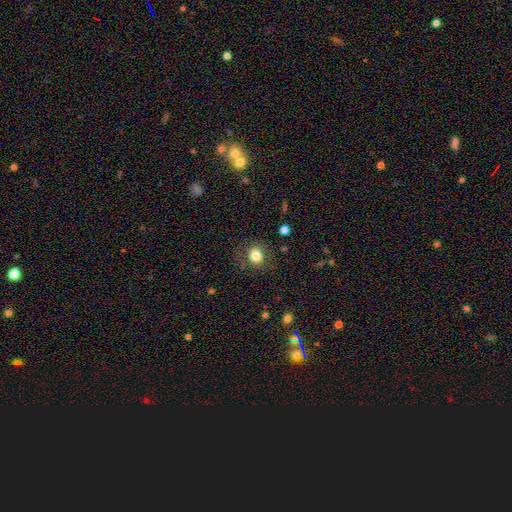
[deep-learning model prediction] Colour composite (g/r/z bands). It shows a smooth galaxy with no disk features (80%) that is round (75%). Merging: none (80%).